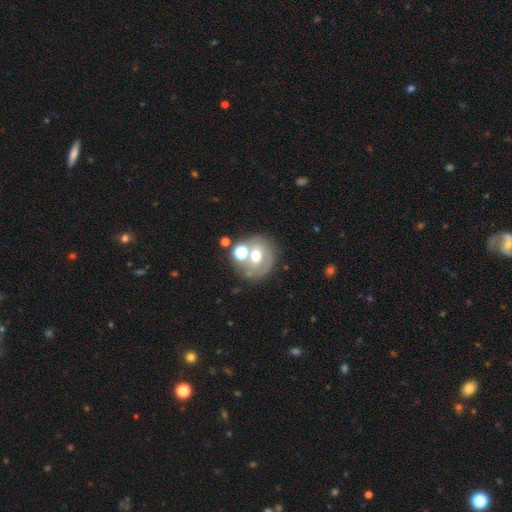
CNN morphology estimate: Smooth or featured: smooth — 46% (featured or disk — 40%)
Merging: none — 52% (merger — 25%)